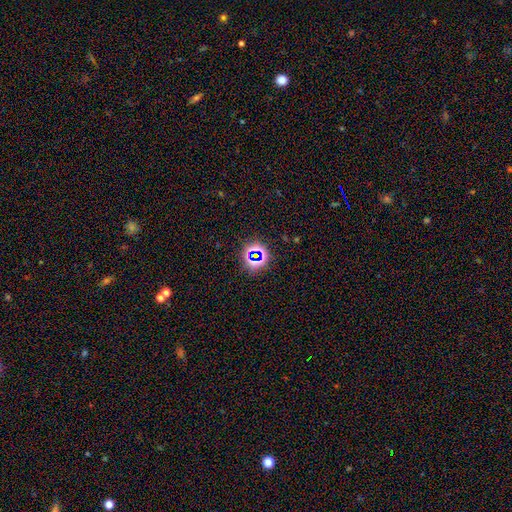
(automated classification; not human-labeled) This is likely a star or artifact rather than a galaxy (70%).